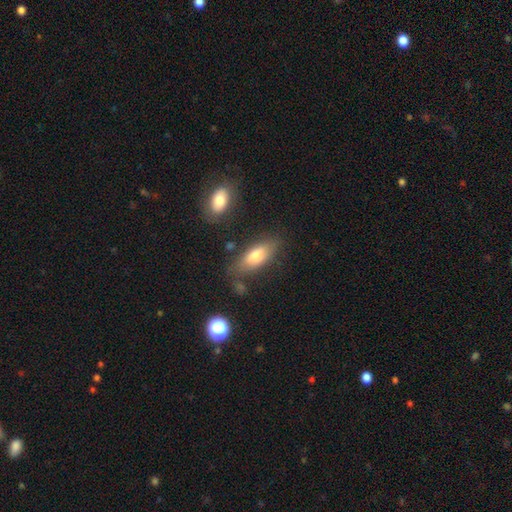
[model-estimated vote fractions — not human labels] This is likely a smooth galaxy (73%). How rounded: likely in between (76%). Merging: likely none (72%).